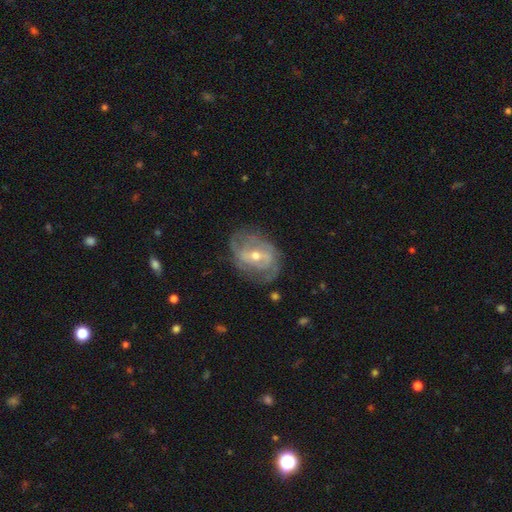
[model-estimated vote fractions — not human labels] smooth-or-featured: featured or disk: 83% | smooth: 11% | star or artifact: 6%
  disk-edge-on: no: 96% | yes: 4%
    bar: weak: 44% | strong: 30% | no: 26%
    has-spiral-arms: yes: 87% | no: 13%
      spiral-winding: tight: 43% | medium: 39% | loose: 18%
      spiral-arm-count: 2: 47% | can't tell: 27% | 3: 15% | 4: 4% | 1: 4% | more than 4: 3%
    bulge-size: moderate: 57% | small: 40% | large: 2% | none: 1% | dominant: 1%
  merging: none: 68% | minor disturbance: 20% | major disturbance: 10% | merger: 1%